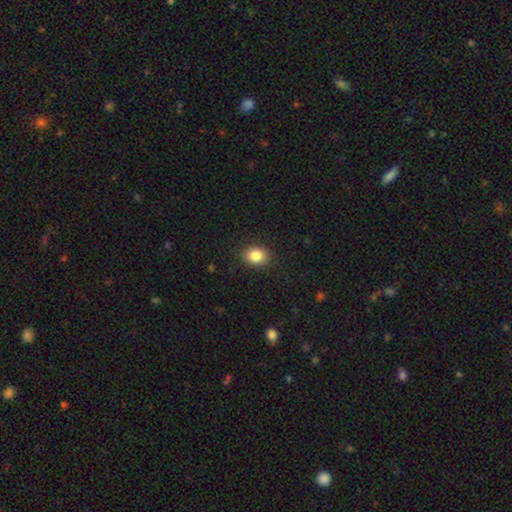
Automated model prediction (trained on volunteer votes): The model was most divided on "how rounded": in between: 55%, round: 44%, cigar-shaped: 1%. More confident: merging — none (88%); smooth or featured — smooth (85%).